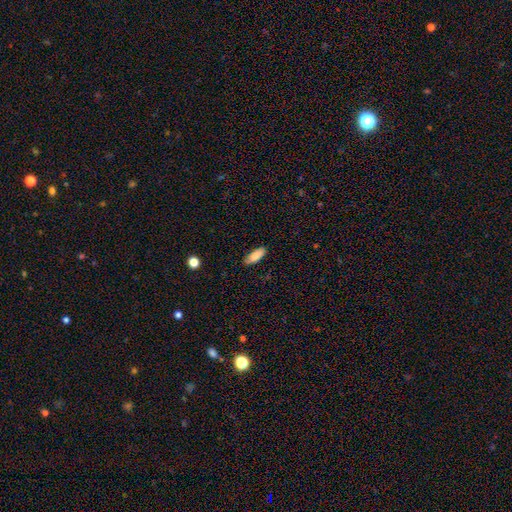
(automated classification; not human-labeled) Q: Smooth or featured?
A: smooth (85%); runner-up: featured or disk (9%)
Q: How rounded?
A: in between (75%); runner-up: cigar-shaped (23%)
Q: Merging?
A: none (84%); runner-up: minor disturbance (12%)